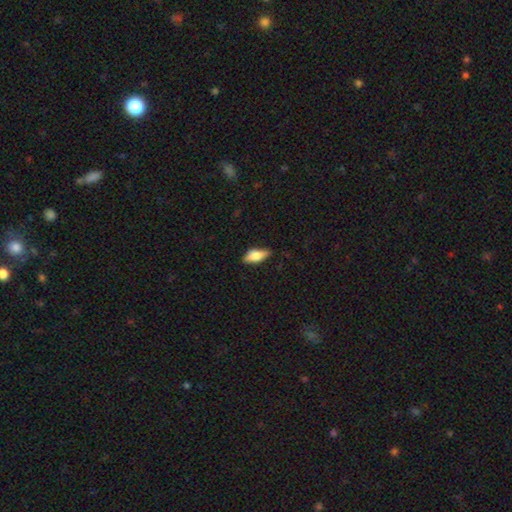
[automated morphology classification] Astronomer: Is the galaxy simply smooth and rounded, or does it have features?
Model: smooth — 68%.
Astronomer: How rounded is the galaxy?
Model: in between — 80%.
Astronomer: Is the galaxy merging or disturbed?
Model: none — 69%.